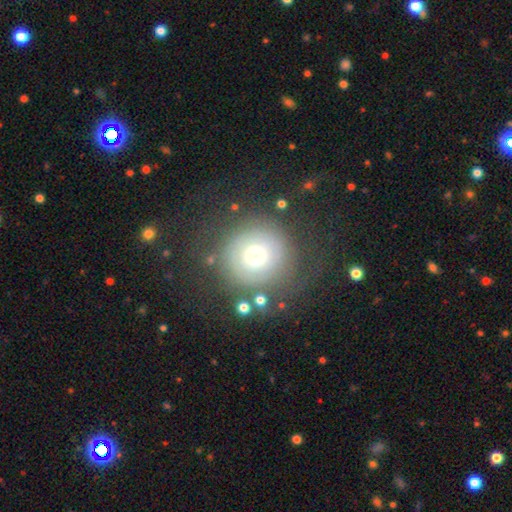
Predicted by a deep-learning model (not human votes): Morphology: type=smooth (49%); merging=none (71%).